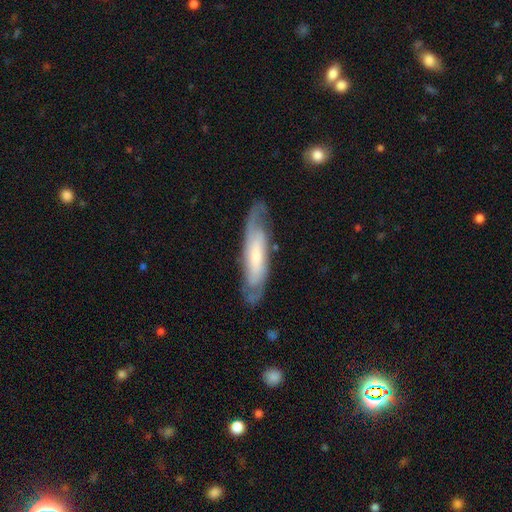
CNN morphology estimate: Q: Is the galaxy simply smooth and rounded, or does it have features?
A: featured or disk — 67%.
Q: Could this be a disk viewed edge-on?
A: no — 70%.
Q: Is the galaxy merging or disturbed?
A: none — 73%.